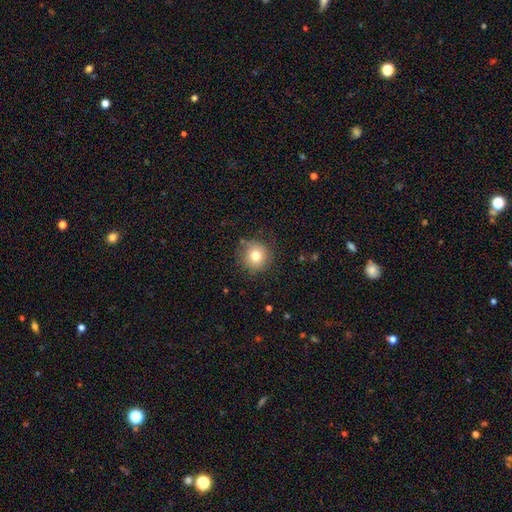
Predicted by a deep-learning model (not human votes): Smooth or featured? smooth (77%)
How rounded? round (93%)
Merging? none (85%)